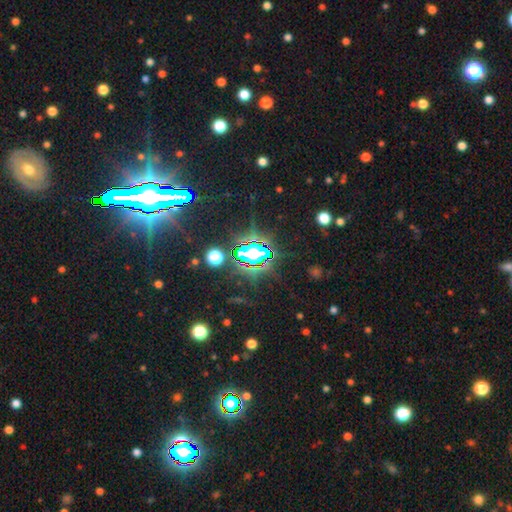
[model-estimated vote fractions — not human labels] A star or artifact, not a galaxy (77%).

Vote fractions:
- Smooth or featured? star or artifact: 77% / smooth: 14% / featured or disk: 9%